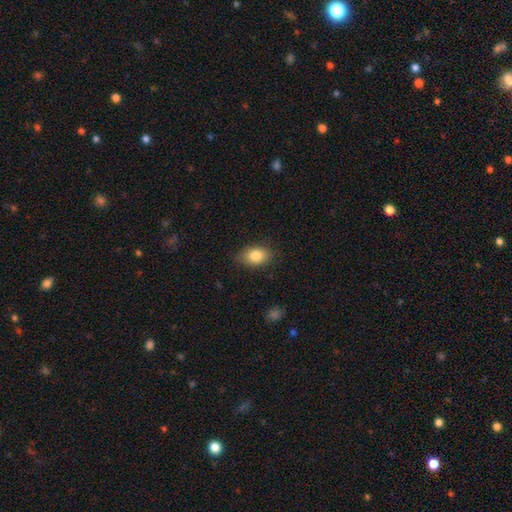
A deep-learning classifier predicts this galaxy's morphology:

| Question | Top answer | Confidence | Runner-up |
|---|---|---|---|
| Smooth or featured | smooth | 84% | featured or disk (8%) |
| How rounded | in between | 81% | round (18%) |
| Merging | none | 82% | minor disturbance (14%) |